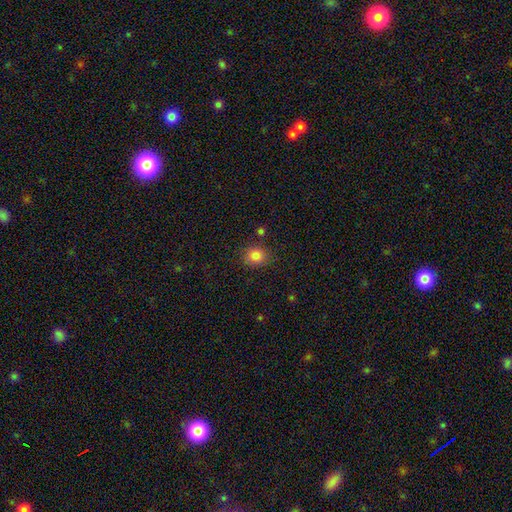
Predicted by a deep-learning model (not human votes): Overall: smooth (84%). How rounded: round (75%). Merging: none (83%).